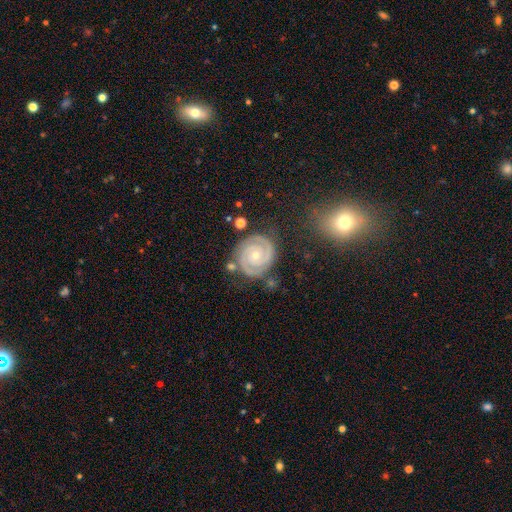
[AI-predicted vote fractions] A featured or disk galaxy (92%) with no bar (73%), 2 (89%) tight (81%) spiral arms (99%) and a small central bulge (65%).

Vote fractions:
- Smooth or featured? featured or disk: 92% / star or artifact: 5% / smooth: 3%
- Edge-on disk? no: 98% / yes: 2%
- Bar? no: 73% / weak: 19% / strong: 8%
- Spiral arms? yes: 99% / no: 1%
- Spiral winding? tight: 81% / medium: 17% / loose: 2%
- Spiral arm count? 2: 89% / 3: 5% / can't tell: 2% / 4: 1% / 1: 1% / more than 4: 1%
- Bulge size? small: 65% / moderate: 32% / none: 1% / large: 1% / dominant: 1%
- Merging? none: 81% / minor disturbance: 13% / major disturbance: 3% / merger: 3%